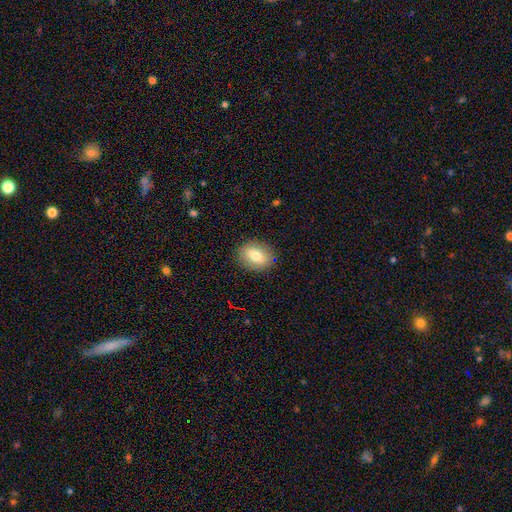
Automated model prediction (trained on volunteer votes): Smooth or featured? Predicted: smooth (p=0.77). How rounded? Predicted: in between (p=0.67). Merging? Predicted: none (p=0.87).